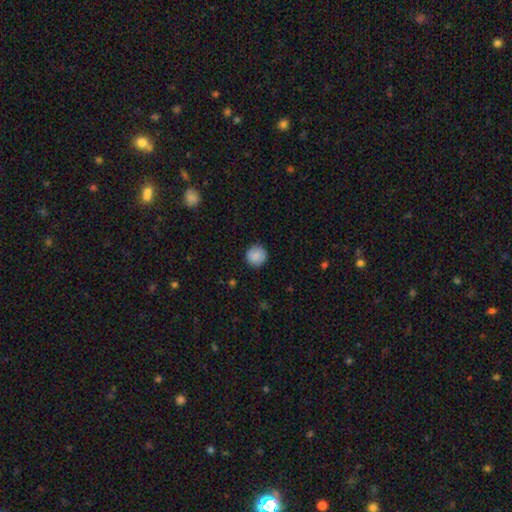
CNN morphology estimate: smooth 88%, star or artifact 8%, featured or disk 5%. Down the decision tree: how rounded — round (94%); merging — none (88%).